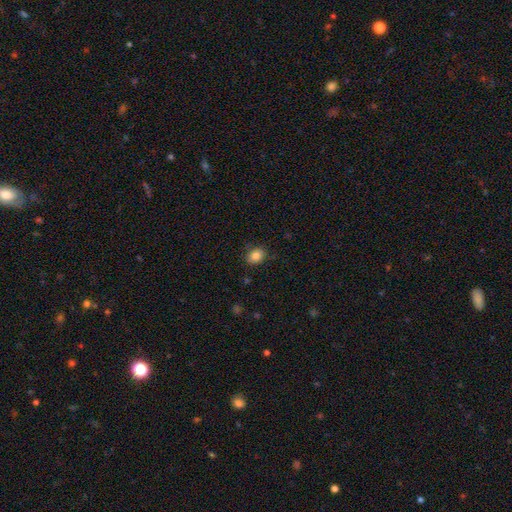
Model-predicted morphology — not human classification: This is clearly a smooth galaxy (84%). How rounded: possibly in between (52%). Merging: clearly none (84%).